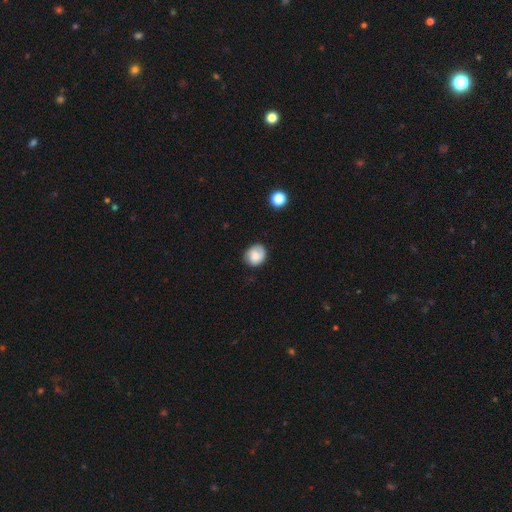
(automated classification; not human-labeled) Smooth or featured? Predicted: smooth (p=0.77). How rounded? Predicted: round (p=0.64). Merging? Predicted: none (p=0.70).